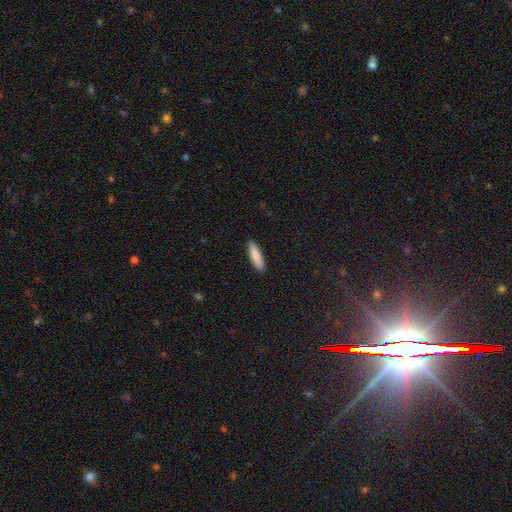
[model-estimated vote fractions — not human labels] Morphology: type=smooth (86%); roundness=cigar-shaped (71%); merging=none (91%).